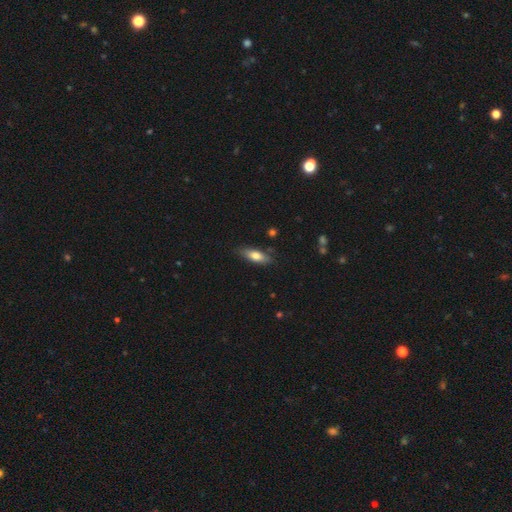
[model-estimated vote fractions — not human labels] smooth 72%, featured or disk 21%, star or artifact 6%. Down the decision tree: how rounded — in between (60%); merging — none (79%).